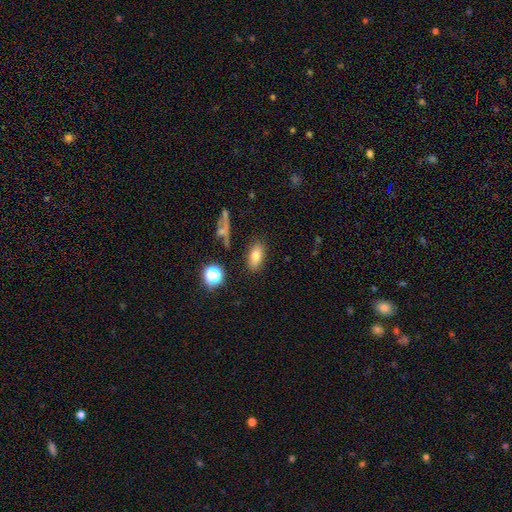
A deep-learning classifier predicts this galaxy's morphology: The model was most divided on "smooth or featured": smooth: 74%, featured or disk: 13%, star or artifact: 13%. More confident: how rounded — in between (83%); merging — none (83%).